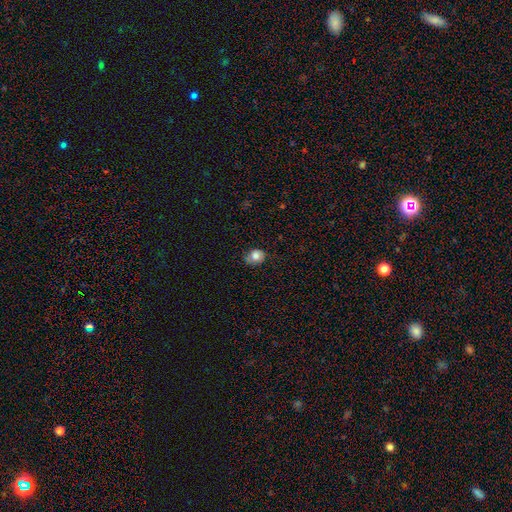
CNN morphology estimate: smooth-or-featured: smooth: 79% | featured or disk: 12% | star or artifact: 9%
  how-rounded: in between: 50% | round: 49% | cigar-shaped: 1%
  merging: none: 68% | minor disturbance: 25% | major disturbance: 5% | merger: 2%